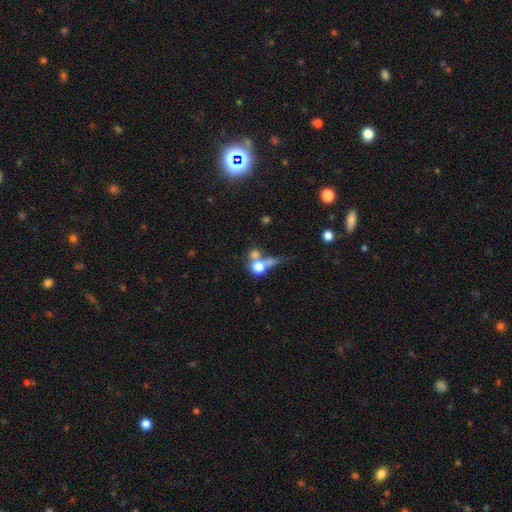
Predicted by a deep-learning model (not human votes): A smooth galaxy with no disk features (56%) that is round (77%). Merging: merger (43%).